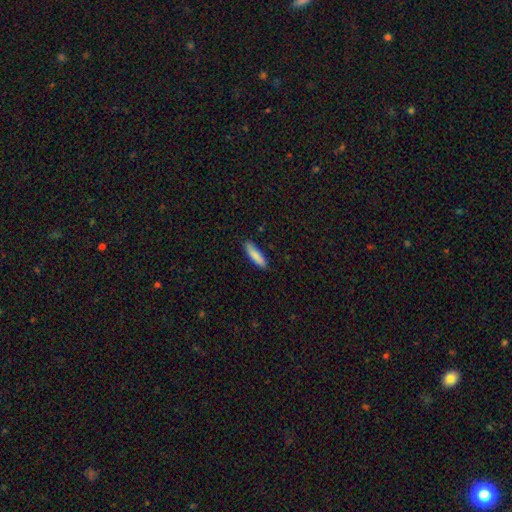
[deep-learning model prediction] smooth-or-featured: smooth: 86% | featured or disk: 8% | star or artifact: 6%
  how-rounded: cigar-shaped: 68% | in between: 31% | round: 1%
  merging: none: 86% | minor disturbance: 11% | major disturbance: 2% | merger: 1%